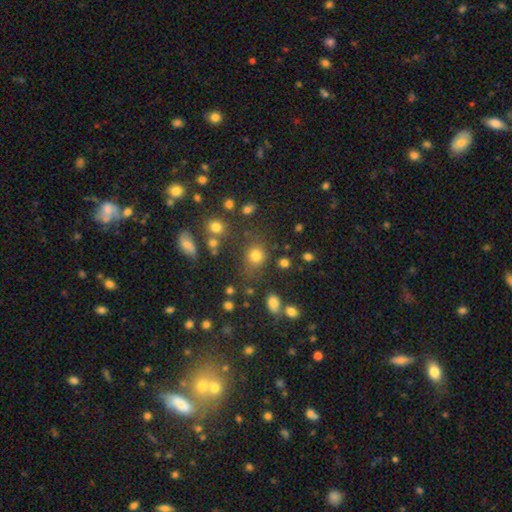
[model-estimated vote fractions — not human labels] This appears to be a smooth galaxy with no disk features (75%) that is round (73%). Merging: none (68%).